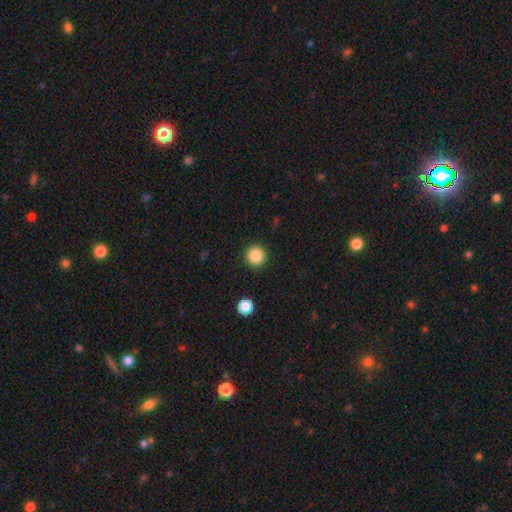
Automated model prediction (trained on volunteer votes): This appears to be a smooth galaxy with no disk features (87%) that is round (95%). Merging: none (92%).